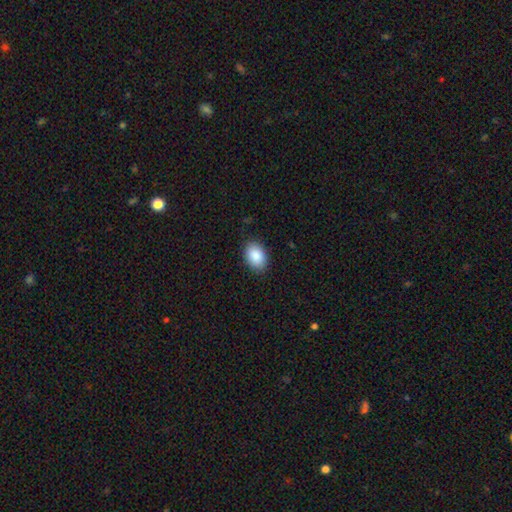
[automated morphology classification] Smooth or featured? Predicted: smooth (p=0.89). How rounded? Predicted: in between (p=0.84). Merging? Predicted: none (p=0.87).